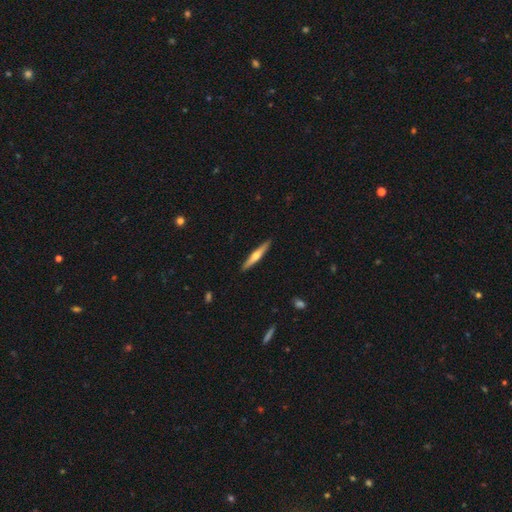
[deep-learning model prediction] A featured or disk galaxy (56%) viewed edge-on (96%) with a rounded central bulge (87%).

Vote fractions:
- Smooth or featured? featured or disk: 56% / smooth: 39% / star or artifact: 5%
- Edge-on disk? yes: 96% / no: 4%
- Edge-on bulge? rounded: 87% / none: 10% / boxy: 3%
- Merging? none: 91% / minor disturbance: 6% / major disturbance: 1% / merger: 1%